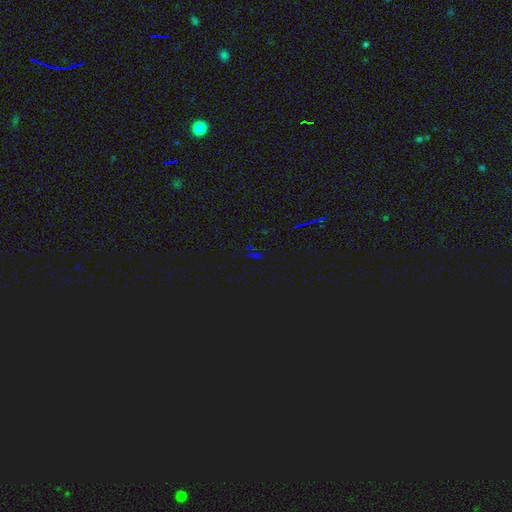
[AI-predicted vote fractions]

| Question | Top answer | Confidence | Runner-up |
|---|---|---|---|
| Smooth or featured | star or artifact | 75% | smooth (17%) |